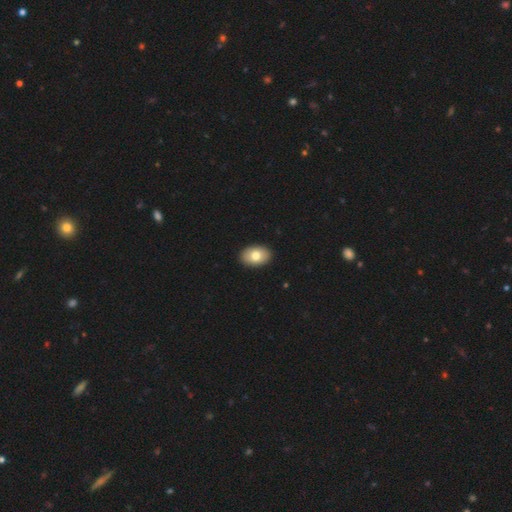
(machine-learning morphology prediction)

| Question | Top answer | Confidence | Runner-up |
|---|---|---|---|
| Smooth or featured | smooth | 78% | featured or disk (16%) |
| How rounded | in between | 87% | round (11%) |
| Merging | none | 92% | minor disturbance (6%) |